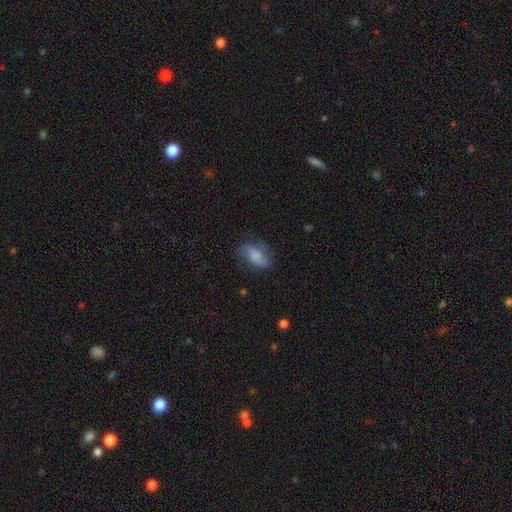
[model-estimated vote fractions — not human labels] A smooth galaxy with no disk features (60%) that is in between round and cigar-shaped (87%). Merging: none (64%).